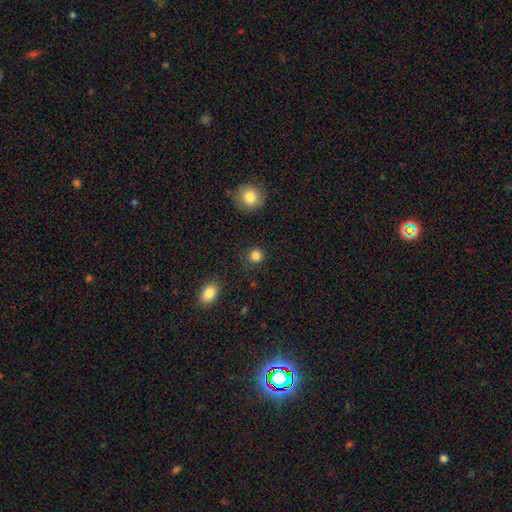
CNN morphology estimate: The model was most divided on "smooth or featured": smooth: 85%, star or artifact: 12%, featured or disk: 4%. More confident: how rounded — round (91%); merging — none (87%).